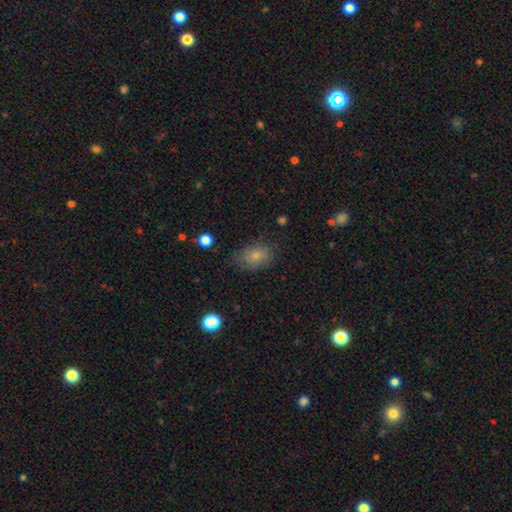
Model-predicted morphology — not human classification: Smooth or featured? smooth (79%)
How rounded? in between (80%)
Merging? none (65%)